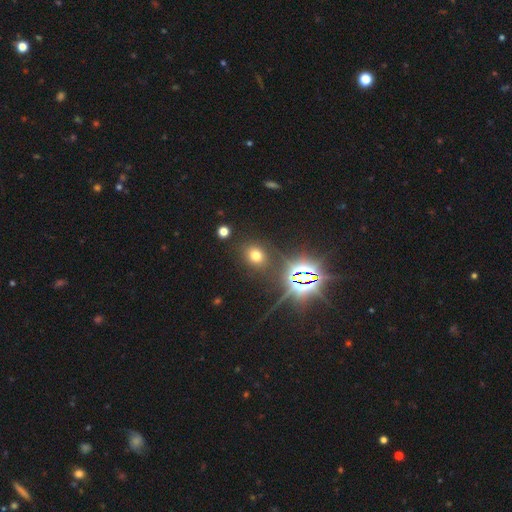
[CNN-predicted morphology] type=smooth (62%); roundness=round (54%); merging=none (84%).